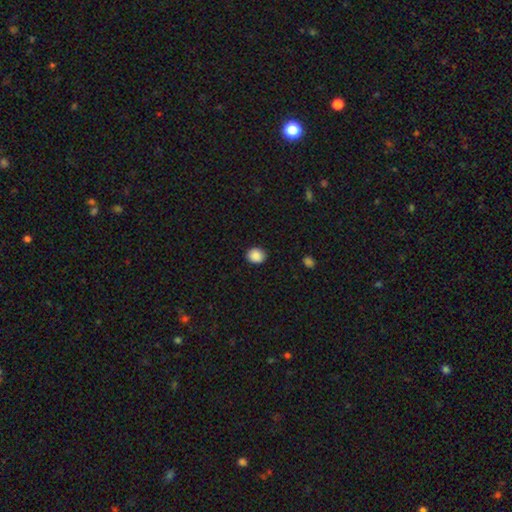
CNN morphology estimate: Smooth or featured: smooth — 89% (star or artifact — 8%)
How rounded: round — 68% (in between — 32%)
Merging: none — 90% (minor disturbance — 7%)